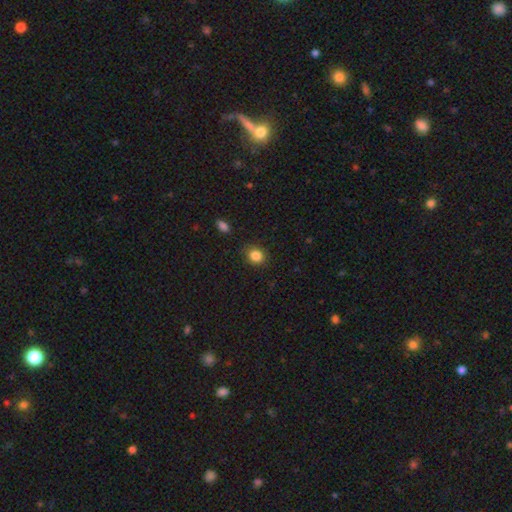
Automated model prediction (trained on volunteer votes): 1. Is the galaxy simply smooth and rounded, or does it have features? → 85% smooth, 11% star or artifact, 5% featured or disk.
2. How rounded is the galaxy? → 72% round, 27% in between, 1% cigar-shaped.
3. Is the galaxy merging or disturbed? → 86% none, 10% minor disturbance, 2% major disturbance, 1% merger.